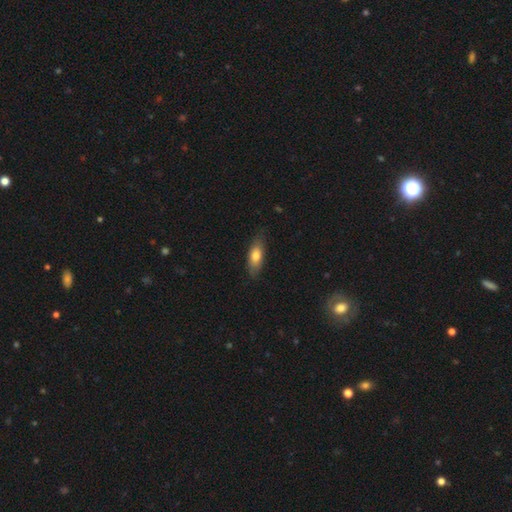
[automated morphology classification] Smooth or featured?
  - smooth: 75% *
  - featured or disk: 19%
  - star or artifact: 6%
How rounded?
  - in between: 73% *
  - cigar-shaped: 24%
  - round: 3%
Merging?
  - none: 78% *
  - minor disturbance: 17%
  - major disturbance: 3%
  - merger: 1%